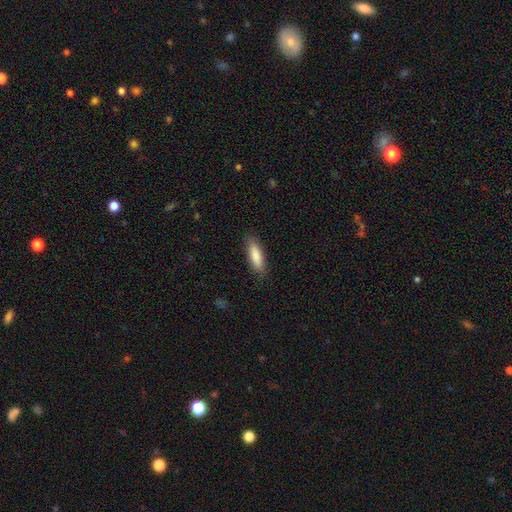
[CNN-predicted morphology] A smooth galaxy with no disk features (86%) that is in between round and cigar-shaped (50%).

Vote fractions:
- Smooth or featured? smooth: 86% / featured or disk: 8% / star or artifact: 6%
- How rounded? in between: 50% / cigar-shaped: 48% / round: 2%
- Merging? none: 87% / minor disturbance: 10% / major disturbance: 3% / merger: 1%